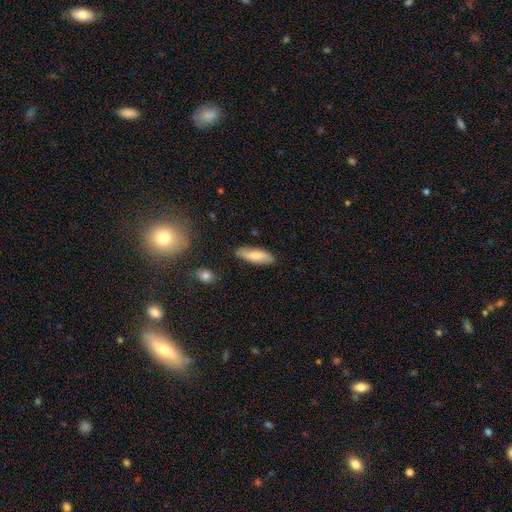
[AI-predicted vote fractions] Morphology: type=smooth (70%); roundness=in between (55%); merging=none (83%).